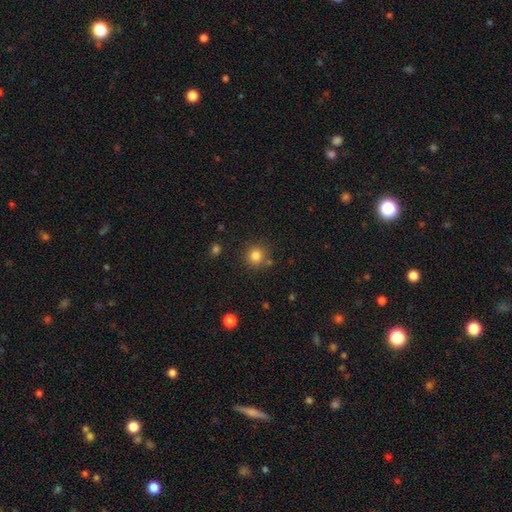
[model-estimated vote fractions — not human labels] smooth 82%, star or artifact 13%, featured or disk 6%. Down the decision tree: how rounded — round (92%); merging — none (82%).